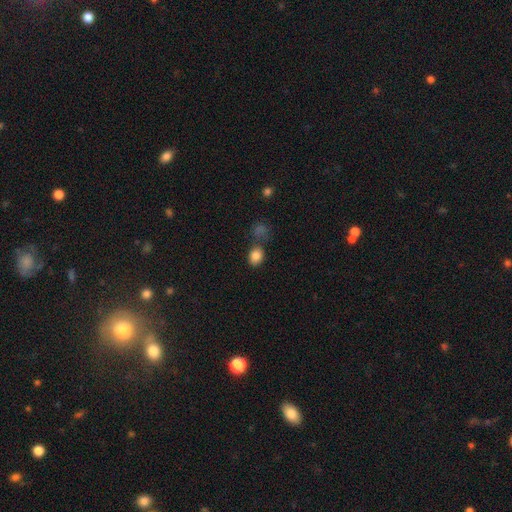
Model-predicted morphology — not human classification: Q: Smooth or featured?
A: smooth (84%); runner-up: star or artifact (10%)
Q: How rounded?
A: in between (59%); runner-up: round (40%)
Q: Merging?
A: none (66%); runner-up: merger (16%)